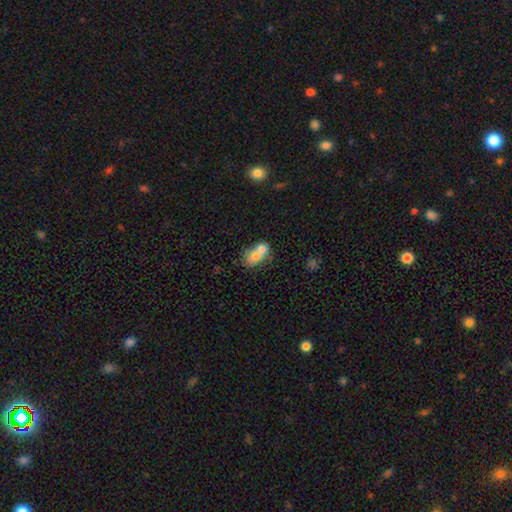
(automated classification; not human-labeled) smooth 69%, featured or disk 21%, star or artifact 9%. Down the decision tree: how rounded — in between (68%); merging — merger (64%).